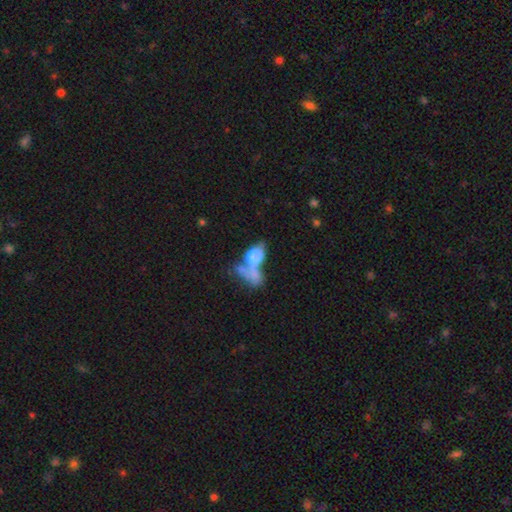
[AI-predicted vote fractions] A smooth galaxy with no disk features (60%) that is in between round and cigar-shaped (81%). Merging: merger (64%).